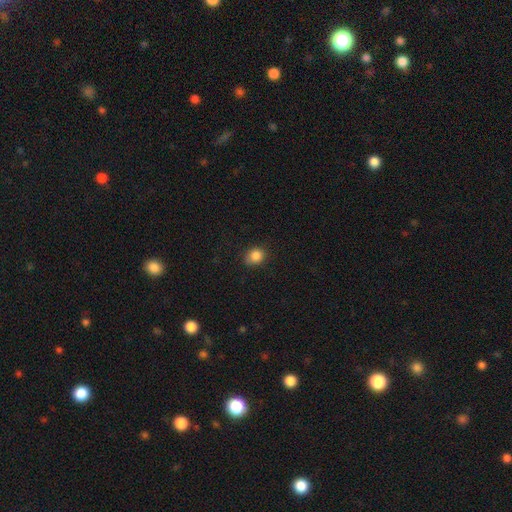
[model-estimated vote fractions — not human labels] Smooth or featured? Predicted: smooth (p=0.85). How rounded? Predicted: round (p=0.65). Merging? Predicted: none (p=0.79).